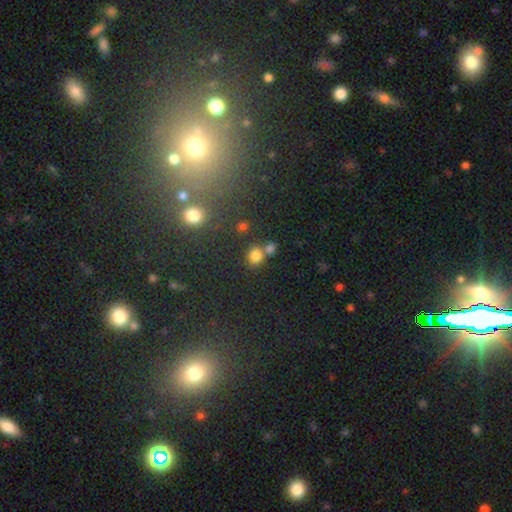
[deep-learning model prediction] smooth_or_featured: smooth (p=0.78) [alt: star or artifact p=0.16]
how_rounded: round (p=0.82) [alt: in between p=0.17]
merging: none (p=0.60) [alt: merger p=0.27]